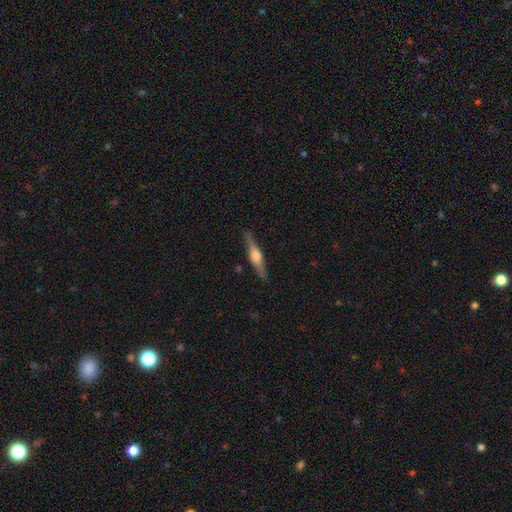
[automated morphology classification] Smooth or featured? featured or disk (74%)
Edge-on disk? yes (98%)
Edge-on bulge? rounded (84%)
Merging? none (88%)